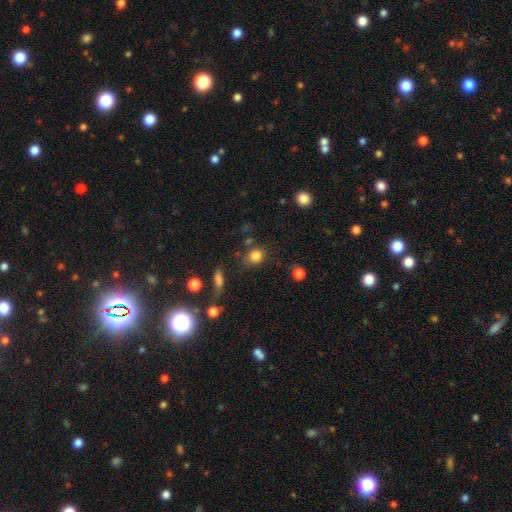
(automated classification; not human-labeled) Morphology: type=smooth (82%); roundness=round (57%); merging=none (71%).